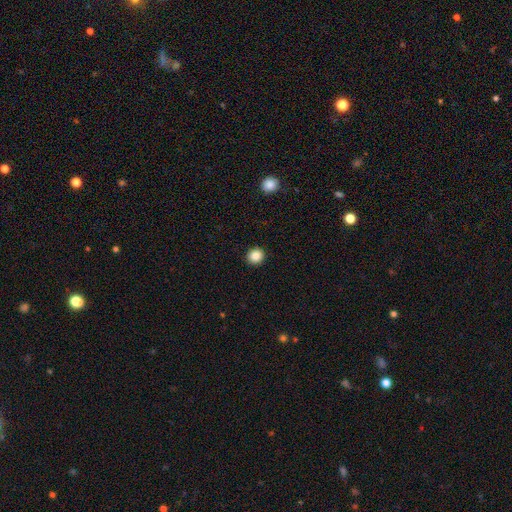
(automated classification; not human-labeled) The model was most divided on "smooth or featured": smooth: 86%, star or artifact: 10%, featured or disk: 4%. More confident: merging — none (93%); how rounded — round (90%).